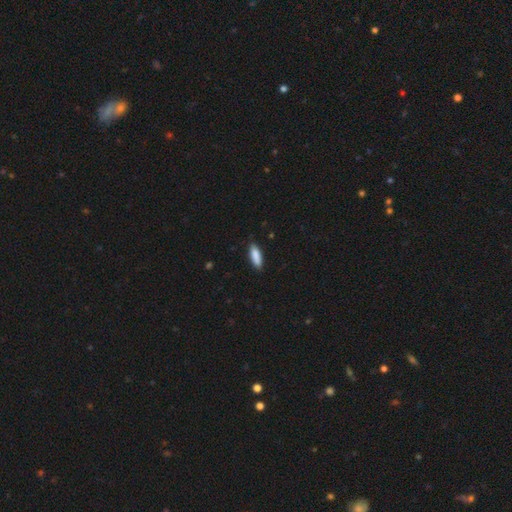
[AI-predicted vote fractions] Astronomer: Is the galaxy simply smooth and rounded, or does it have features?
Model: smooth — 88%.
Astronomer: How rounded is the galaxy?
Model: in between — 59% (runner-up: cigar-shaped, 39%).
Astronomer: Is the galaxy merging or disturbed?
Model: none — 86%.